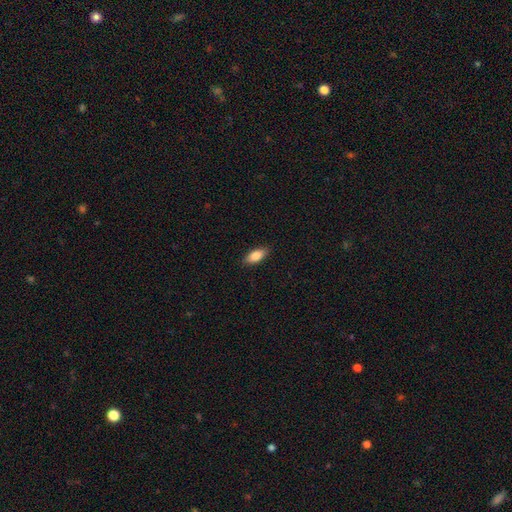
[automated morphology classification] This appears to be a smooth galaxy with no disk features (83%) that is in between round and cigar-shaped (83%). Merging: none (88%).